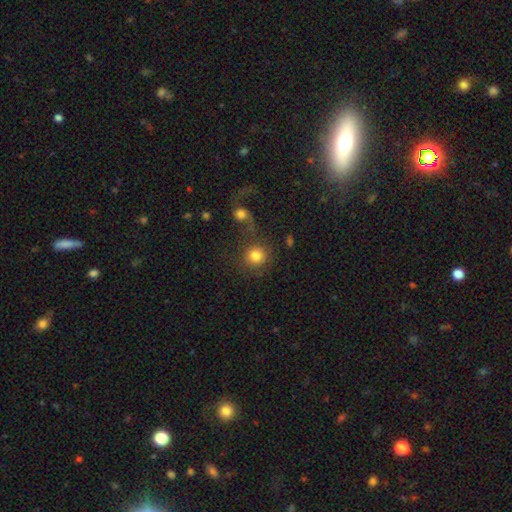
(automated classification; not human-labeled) Smooth or featured? smooth (81%)
How rounded? round (91%)
Merging? none (60%)